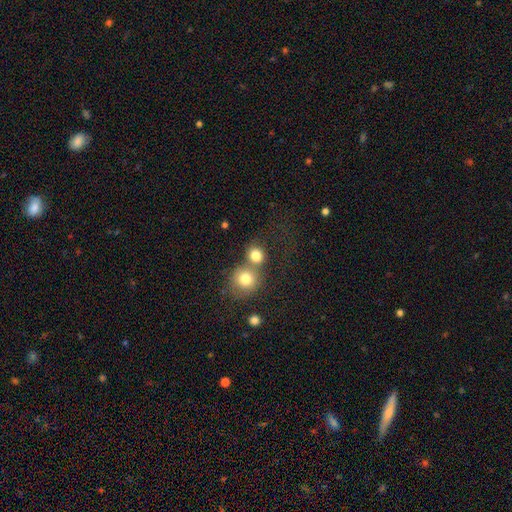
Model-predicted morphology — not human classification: smooth_or_featured: smooth (p=0.80) [alt: star or artifact p=0.11]
how_rounded: round (p=0.83) [alt: in between p=0.16]
merging: merger (p=0.48) [alt: none p=0.39]